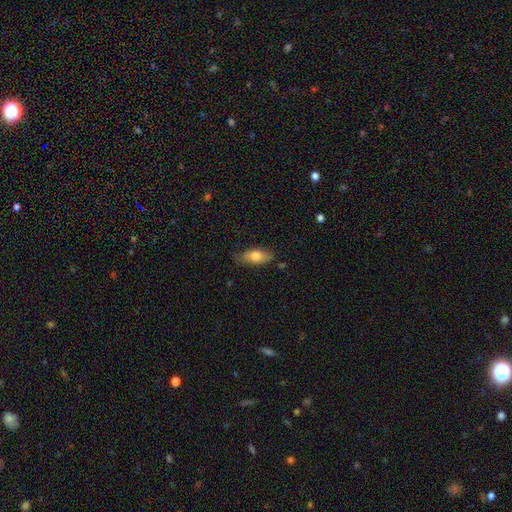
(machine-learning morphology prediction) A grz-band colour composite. It shows a smooth galaxy with no disk features (75%) that is in between round and cigar-shaped (81%). Merging: none (75%).